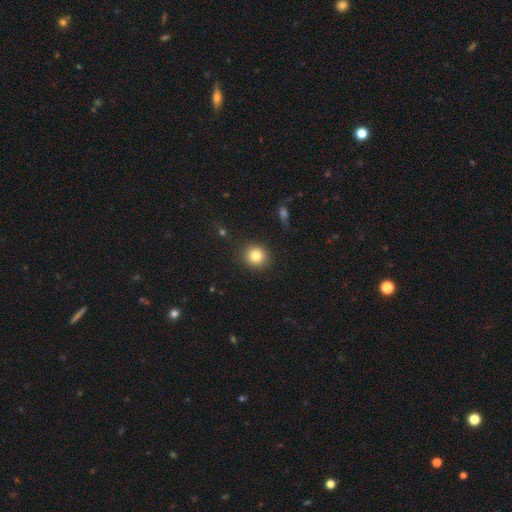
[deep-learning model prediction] Smooth or featured: smooth — 82% (star or artifact — 11%)
How rounded: round — 89% (in between — 10%)
Merging: none — 90% (minor disturbance — 6%)